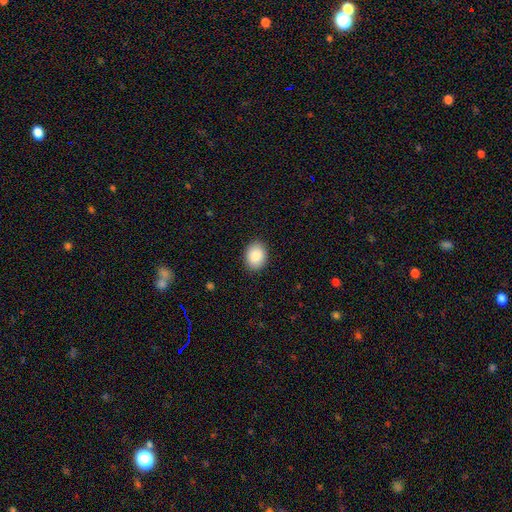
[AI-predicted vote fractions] This appears to be a smooth galaxy with no disk features (88%) that is in between round and cigar-shaped (61%). Merging: none (89%).